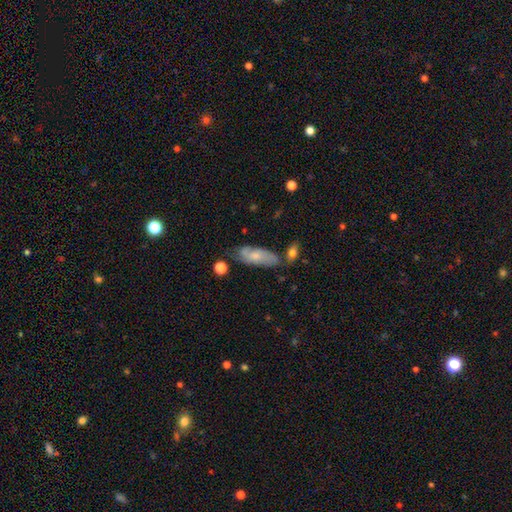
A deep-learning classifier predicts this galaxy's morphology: The model was most divided on "smooth or featured": smooth: 52%, featured or disk: 40%, star or artifact: 7%. More confident: how rounded — in between (73%); merging — none (60%).